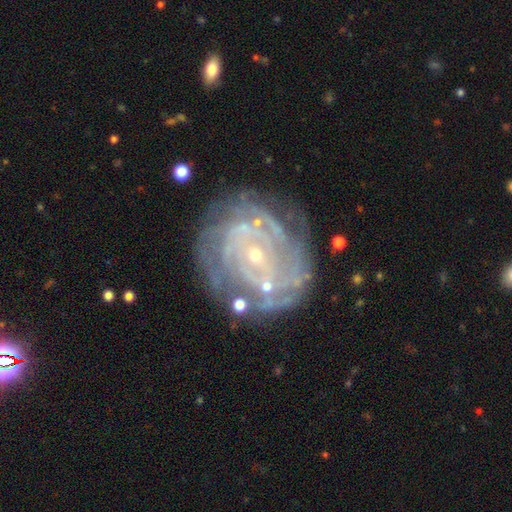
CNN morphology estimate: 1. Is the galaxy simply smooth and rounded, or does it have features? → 85% featured or disk, 8% smooth, 7% star or artifact.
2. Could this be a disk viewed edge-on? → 97% no, 3% yes.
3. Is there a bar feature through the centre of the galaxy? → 67% no, 24% weak, 9% strong.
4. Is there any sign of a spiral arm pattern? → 91% yes, 9% no.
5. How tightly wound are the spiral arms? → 77% tight, 18% medium, 5% loose.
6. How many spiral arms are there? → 40% can't tell, 16% 4, 13% 2, 13% 3, 12% more than 4, 7% 1.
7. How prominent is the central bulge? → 84% small, 11% moderate, 2% none, 1% large, 1% dominant.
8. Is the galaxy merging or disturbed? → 71% none, 18% minor disturbance, 8% major disturbance, 4% merger.